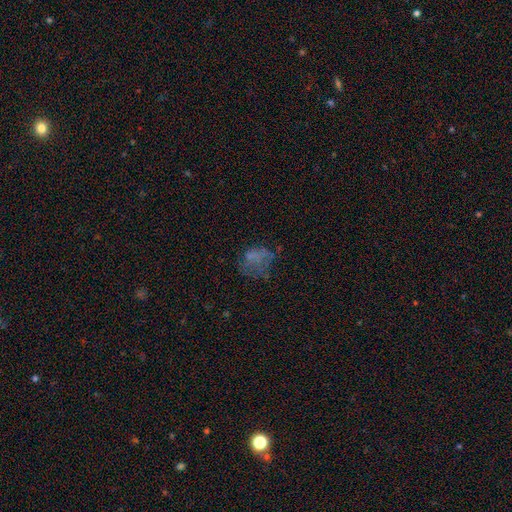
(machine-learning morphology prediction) smooth 46%, featured or disk 29%, star or artifact 25%. Down the decision tree: merging — none (43%).